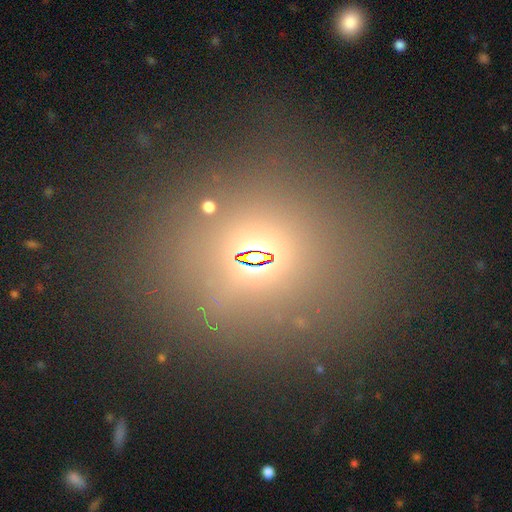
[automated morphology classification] Smooth or featured?
  - star or artifact: 50% *
  - smooth: 39%
  - featured or disk: 11%